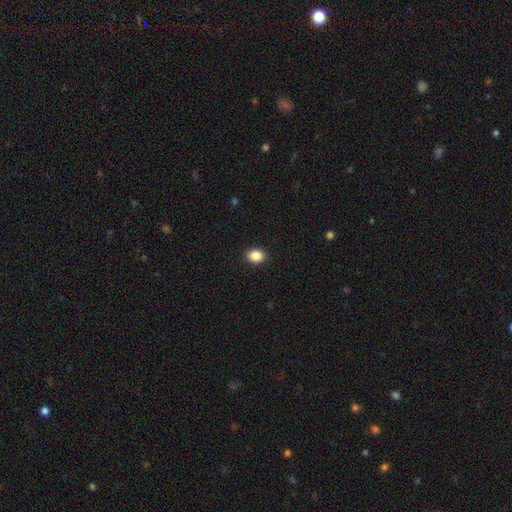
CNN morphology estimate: Overall: smooth (87%). How rounded: in between (60%; round 39%). Merging: none (91%).